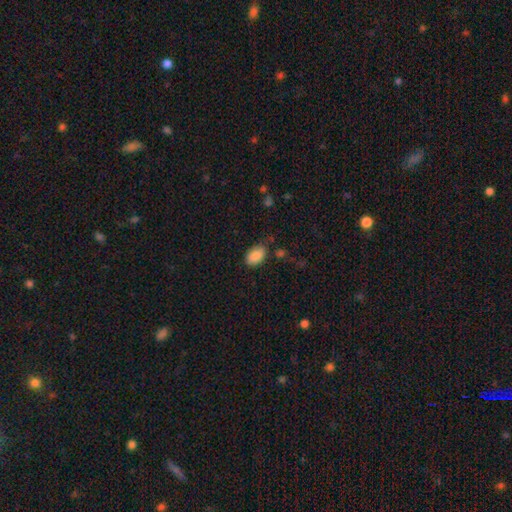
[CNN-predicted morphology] Overall: smooth (88%). How rounded: in between (92%). Merging: none (69%).